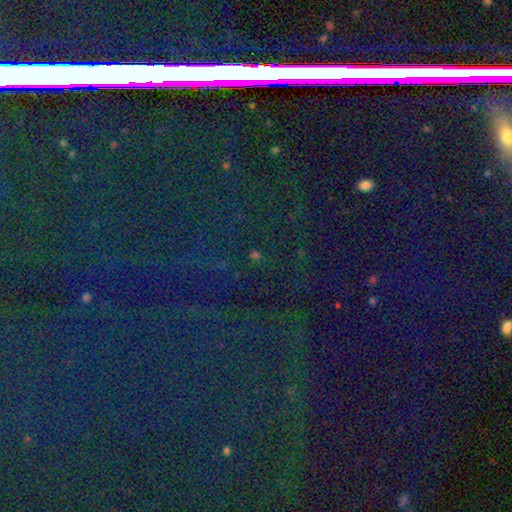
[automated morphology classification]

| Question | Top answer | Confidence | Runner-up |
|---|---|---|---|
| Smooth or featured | star or artifact | 70% | smooth (22%) |